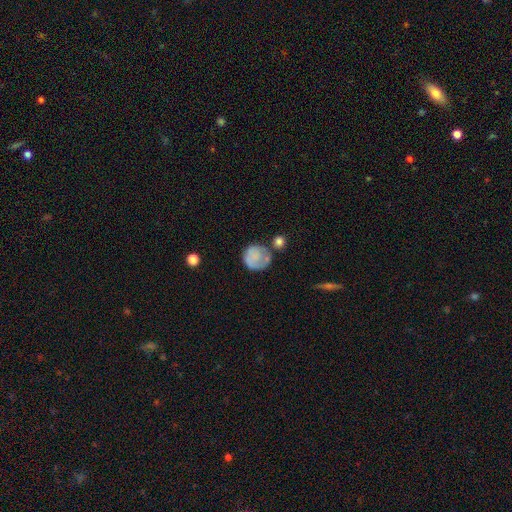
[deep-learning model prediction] smooth-or-featured: smooth: 70% | featured or disk: 22% | star or artifact: 8%
  how-rounded: round: 87% | in between: 12% | cigar-shaped: 1%
  merging: none: 52% | minor disturbance: 23% | major disturbance: 14% | merger: 11%